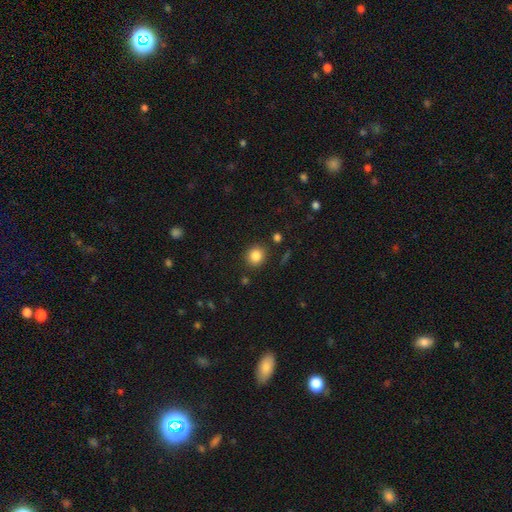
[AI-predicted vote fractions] Smooth or featured?
  - smooth: 85% *
  - star or artifact: 10%
  - featured or disk: 5%
How rounded?
  - round: 84% *
  - in between: 15%
  - cigar-shaped: 1%
Merging?
  - none: 87% *
  - minor disturbance: 8%
  - merger: 3%
  - major disturbance: 3%